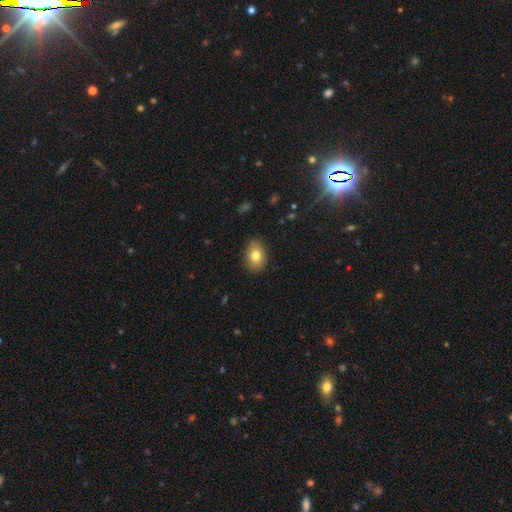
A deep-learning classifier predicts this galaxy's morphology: Smooth or featured?
  - smooth: 79% *
  - featured or disk: 13%
  - star or artifact: 9%
How rounded?
  - in between: 79% *
  - round: 20%
  - cigar-shaped: 1%
Merging?
  - none: 86% *
  - minor disturbance: 11%
  - major disturbance: 2%
  - merger: 1%